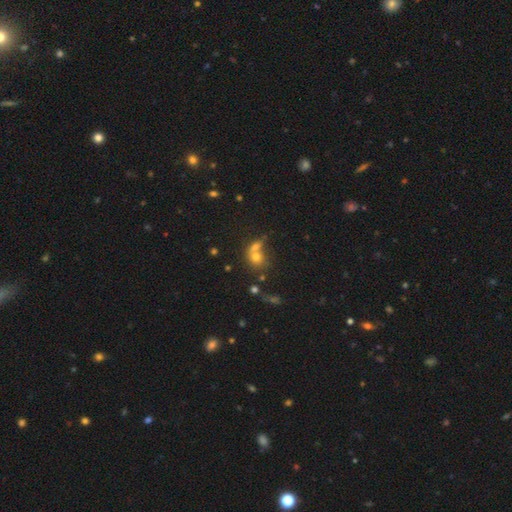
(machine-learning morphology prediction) The model was most divided on "merging": merger: 50%, none: 36%, minor disturbance: 8%, major disturbance: 5%. More confident: how rounded — round (71%); smooth or featured — smooth (63%).